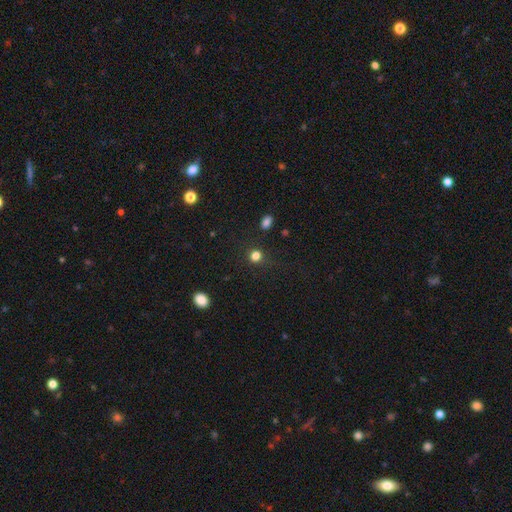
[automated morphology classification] A smooth galaxy with no disk features (80%) that is round (86%). Merging: none (83%).